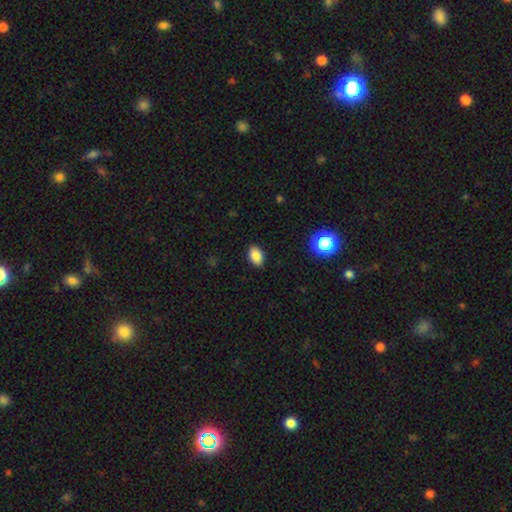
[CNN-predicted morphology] A smooth galaxy with no disk features (86%) that is in between round and cigar-shaped (82%).

Vote fractions:
- Smooth or featured? smooth: 86% / star or artifact: 10% / featured or disk: 5%
- How rounded? in between: 82% / round: 17% / cigar-shaped: 1%
- Merging? none: 88% / minor disturbance: 8% / major disturbance: 2% / merger: 1%